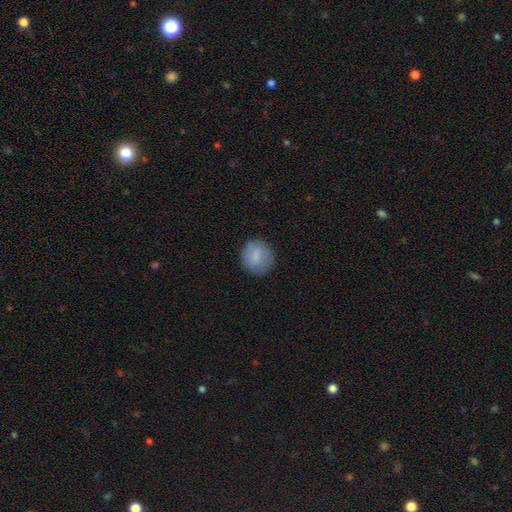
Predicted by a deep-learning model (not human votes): A smooth galaxy with no disk features (79%) that is round (84%). Merging: none (82%).